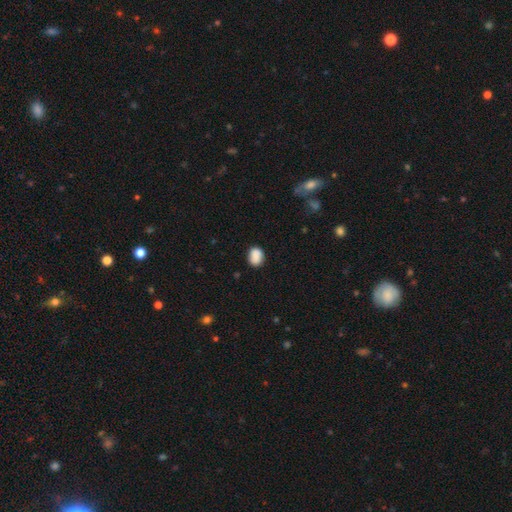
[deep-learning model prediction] Smooth or featured: smooth — 87% (star or artifact — 8%)
How rounded: in between — 60% (round — 39%)
Merging: none — 77% (minor disturbance — 17%)